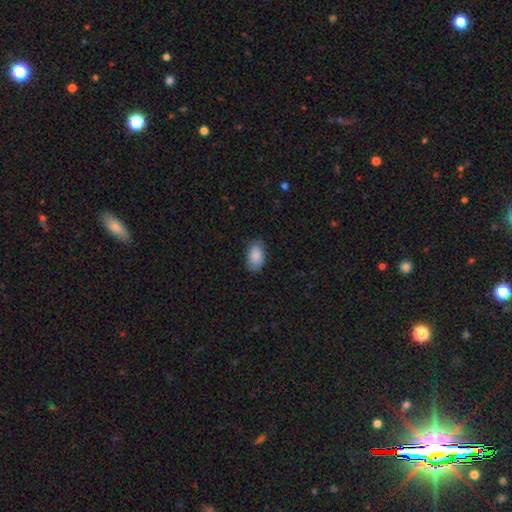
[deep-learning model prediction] smooth 89%, star or artifact 6%, featured or disk 5%. Down the decision tree: how rounded — in between (92%); merging — none (82%).